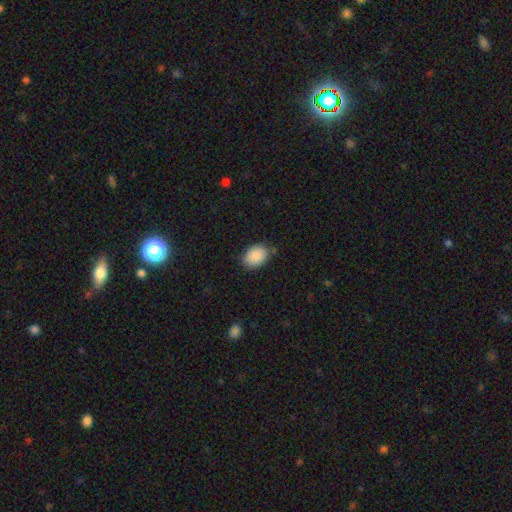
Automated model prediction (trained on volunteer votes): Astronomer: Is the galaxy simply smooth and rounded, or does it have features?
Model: smooth — 89%.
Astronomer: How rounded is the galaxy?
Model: in between — 75%.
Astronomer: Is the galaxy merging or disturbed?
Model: none — 82%.